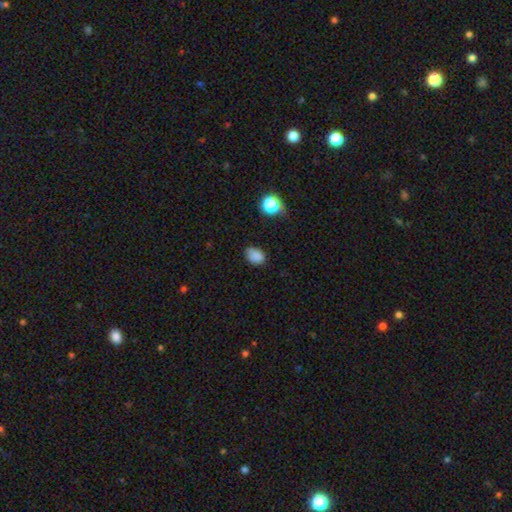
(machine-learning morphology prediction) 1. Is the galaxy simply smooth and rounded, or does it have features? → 79% smooth, 14% star or artifact, 6% featured or disk.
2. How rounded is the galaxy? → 72% in between, 27% round, 1% cigar-shaped.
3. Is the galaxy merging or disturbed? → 68% none, 24% minor disturbance, 5% major disturbance, 2% merger.